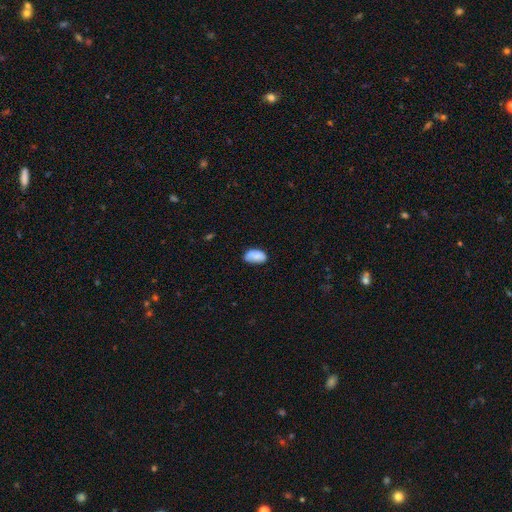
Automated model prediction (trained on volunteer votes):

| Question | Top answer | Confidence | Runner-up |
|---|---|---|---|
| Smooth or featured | smooth | 83% | featured or disk (9%) |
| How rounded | in between | 93% | round (5%) |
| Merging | none | 66% | minor disturbance (27%) |